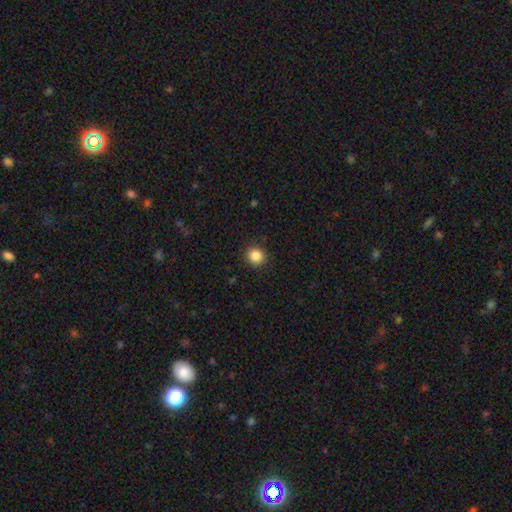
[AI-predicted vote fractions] This is clearly a smooth galaxy (86%). How rounded: clearly round (85%). Merging: clearly none (91%).